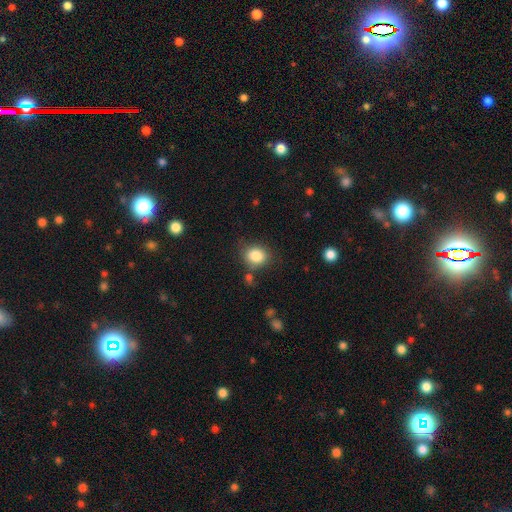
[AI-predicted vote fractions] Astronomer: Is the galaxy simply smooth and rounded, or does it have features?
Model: smooth — 84%.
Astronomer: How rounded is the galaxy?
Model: round — 62% (runner-up: in between, 37%).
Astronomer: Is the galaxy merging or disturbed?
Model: none — 73%.